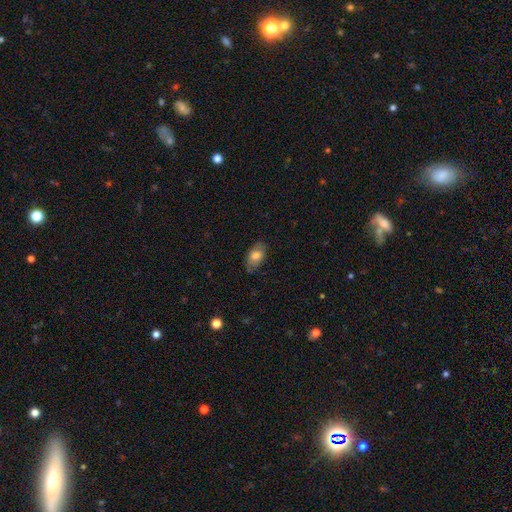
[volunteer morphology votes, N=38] Q: Smooth or featured?
A: smooth (71%); runner-up: featured or disk (26%)
Q: How rounded?
A: in between (93%); runner-up: round (7%)
Q: Merging?
A: none (65%); runner-up: minor disturbance (22%)